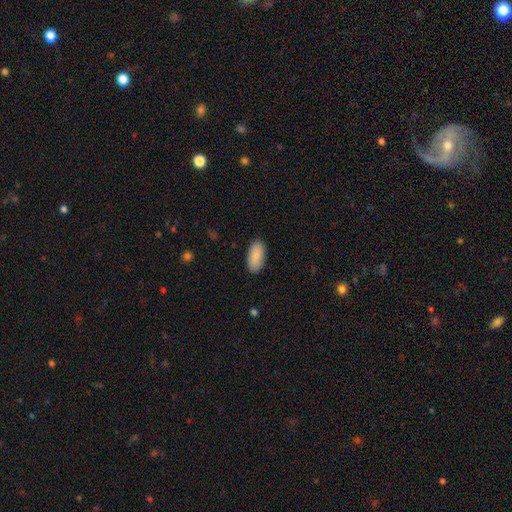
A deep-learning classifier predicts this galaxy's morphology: This is clearly a smooth galaxy (90%). How rounded: clearly in between (92%). Merging: clearly none (88%).